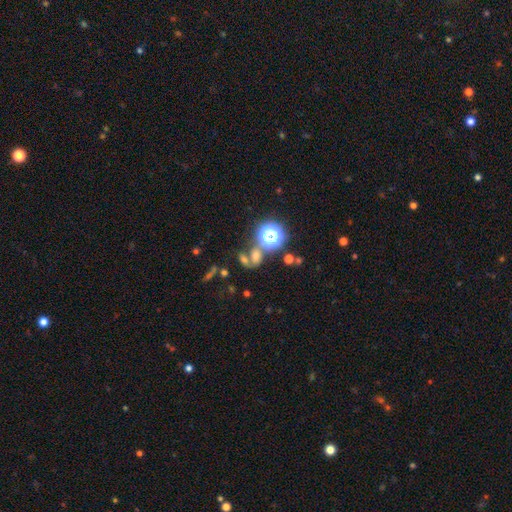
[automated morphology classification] smooth-or-featured: smooth: 50% | star or artifact: 34% | featured or disk: 16%
  how-rounded: in between: 49% | round: 48% | cigar-shaped: 3%
  merging: none: 47% | merger: 34% | minor disturbance: 11% | major disturbance: 8%